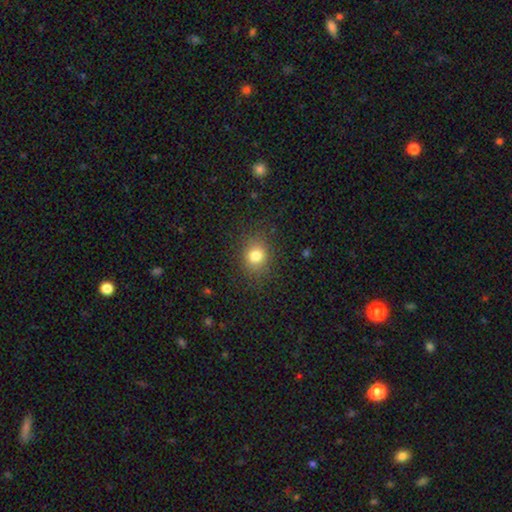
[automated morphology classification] smooth 79%, star or artifact 14%, featured or disk 7%. Down the decision tree: how rounded — round (67%); merging — none (85%).